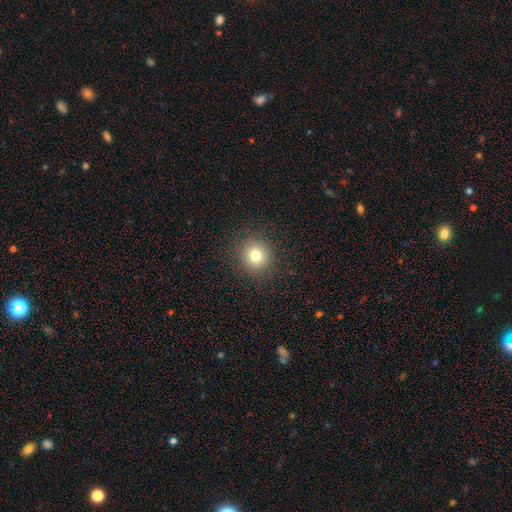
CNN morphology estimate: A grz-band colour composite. It shows a smooth galaxy with no disk features (78%) that is round (90%). Merging: none (90%).